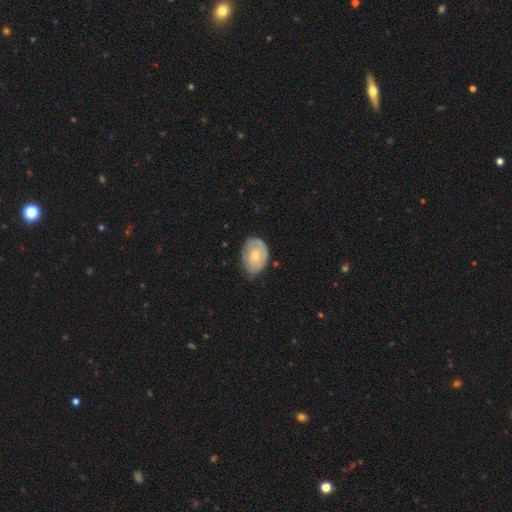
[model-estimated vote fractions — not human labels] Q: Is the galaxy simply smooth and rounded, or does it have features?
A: smooth — 56%.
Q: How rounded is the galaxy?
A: in between — 72%.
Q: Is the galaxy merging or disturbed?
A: none — 52%.